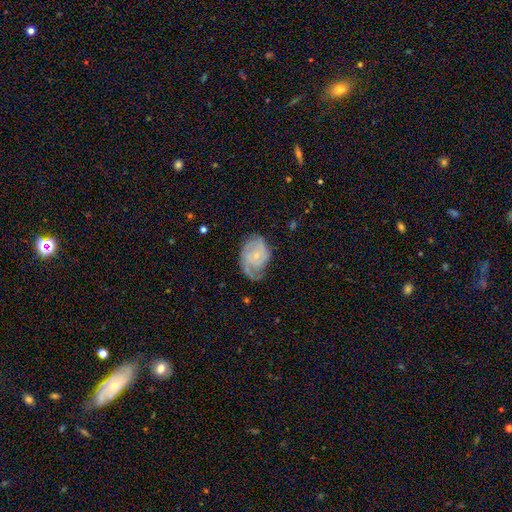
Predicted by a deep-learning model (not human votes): Q: Smooth or featured?
A: featured or disk (74%); runner-up: smooth (20%)
Q: Edge-on disk?
A: no (97%); runner-up: yes (3%)
Q: Bar?
A: no (73%); runner-up: weak (23%)
Q: Spiral arms?
A: yes (92%); runner-up: no (8%)
Q: Spiral winding?
A: tight (45%); runner-up: medium (38%)
Q: Spiral arm count?
A: 2 (44%); runner-up: can't tell (23%)
Q: Bulge size?
A: small (74%); runner-up: moderate (19%)
Q: Merging?
A: none (53%); runner-up: minor disturbance (28%)